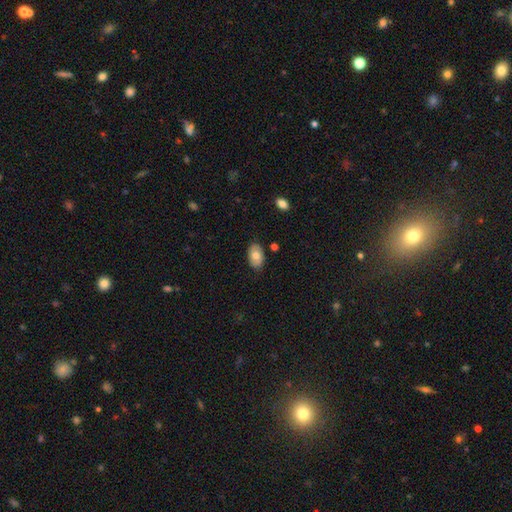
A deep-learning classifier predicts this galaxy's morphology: A smooth galaxy with no disk features (70%) that is in between round and cigar-shaped (93%). Merging: none (83%).